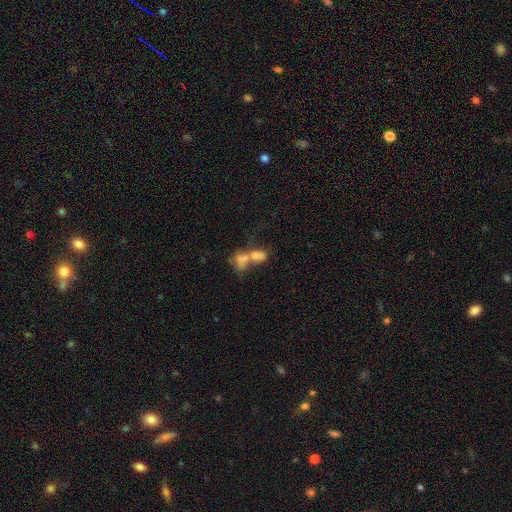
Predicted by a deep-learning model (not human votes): A smooth galaxy with no disk features (54%) that is in between round and cigar-shaped (72%). Merging: merger (69%).